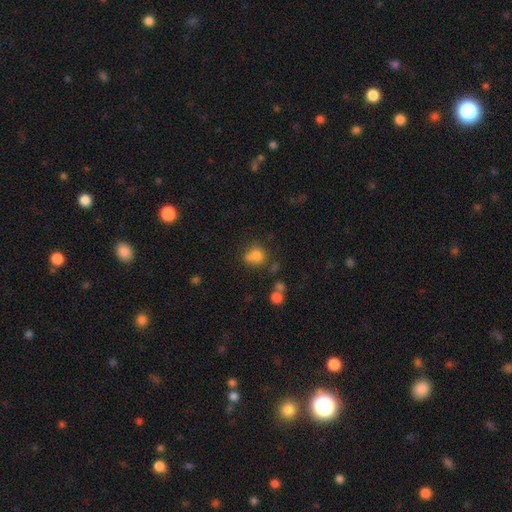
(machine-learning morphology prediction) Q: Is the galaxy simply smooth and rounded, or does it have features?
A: smooth — 77%.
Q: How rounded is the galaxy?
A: round — 64%.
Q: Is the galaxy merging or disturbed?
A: none — 47%.